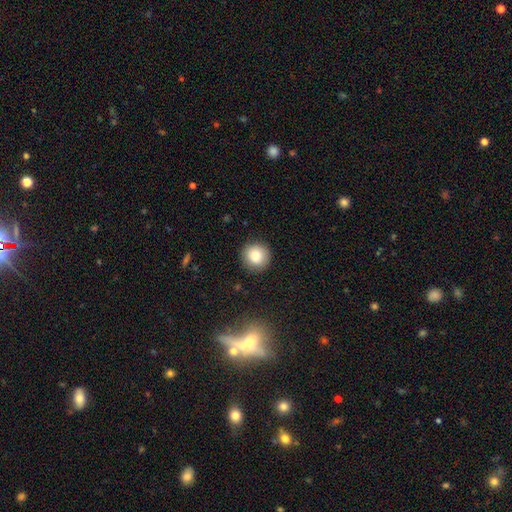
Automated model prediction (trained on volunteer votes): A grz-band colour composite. It shows a smooth galaxy with no disk features (85%) that is round (93%). Merging: none (89%).